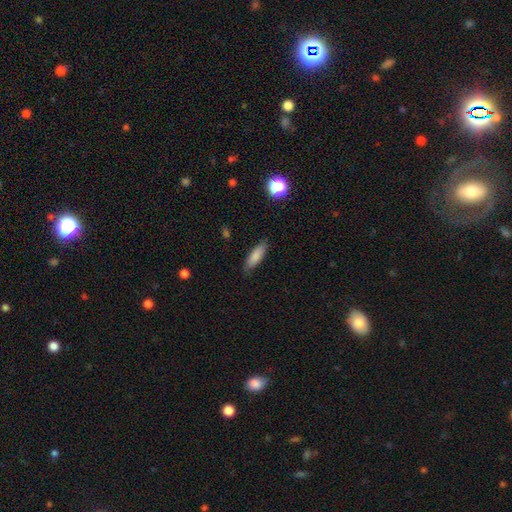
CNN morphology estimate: A smooth galaxy with no disk features (84%) that is in between round and cigar-shaped (52%). Merging: none (84%).